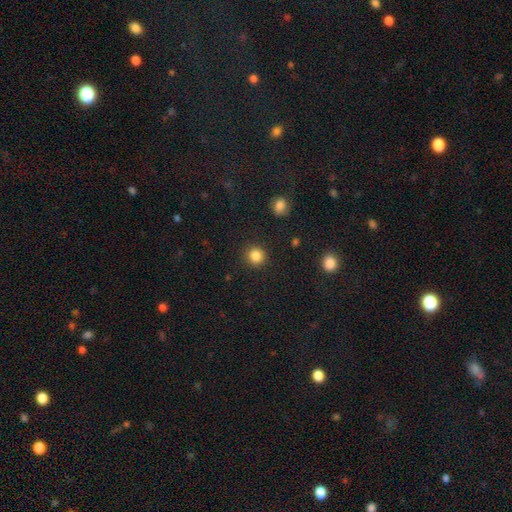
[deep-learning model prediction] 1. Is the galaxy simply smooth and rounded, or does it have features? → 85% smooth, 11% star or artifact, 4% featured or disk.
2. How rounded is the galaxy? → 91% round, 8% in between, 1% cigar-shaped.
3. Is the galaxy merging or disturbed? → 90% none, 6% minor disturbance, 2% major disturbance, 1% merger.